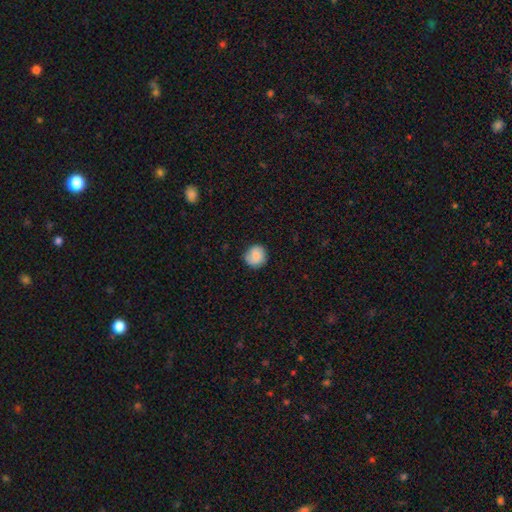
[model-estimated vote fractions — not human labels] This appears to be a smooth galaxy with no disk features (77%) that is round (89%). Merging: none (80%).